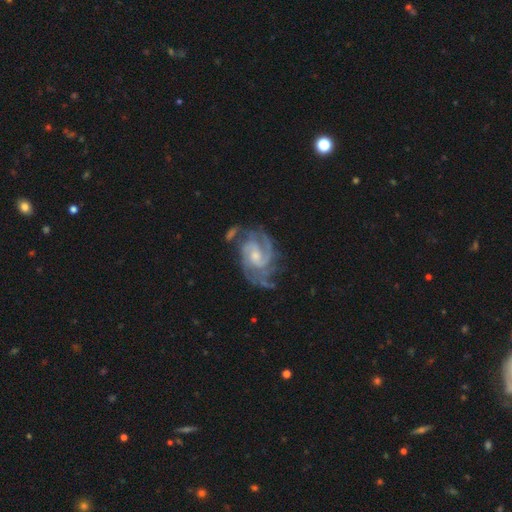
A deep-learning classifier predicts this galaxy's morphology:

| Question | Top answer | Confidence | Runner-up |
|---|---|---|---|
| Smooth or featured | featured or disk | 91% | star or artifact (5%) |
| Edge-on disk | no | 98% | yes (2%) |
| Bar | weak | 45% | tied: no (45%) |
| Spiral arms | yes | 98% | no (2%) |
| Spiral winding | tight | 50% | medium (43%) |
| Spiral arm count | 2 | 49% | 3 (24%) |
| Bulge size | small | 50% | moderate (43%) |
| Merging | none | 57% | minor disturbance (23%) |